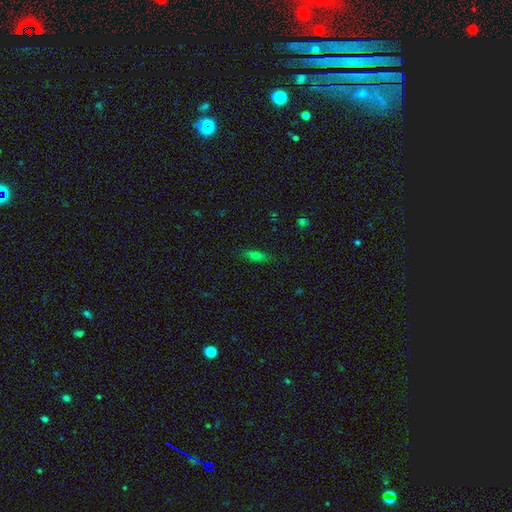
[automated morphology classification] smooth-or-featured: smooth: 68% | featured or disk: 19% | star or artifact: 13%
  how-rounded: in between: 57% | cigar-shaped: 39% | round: 4%
  merging: none: 83% | minor disturbance: 13% | major disturbance: 3% | merger: 1%